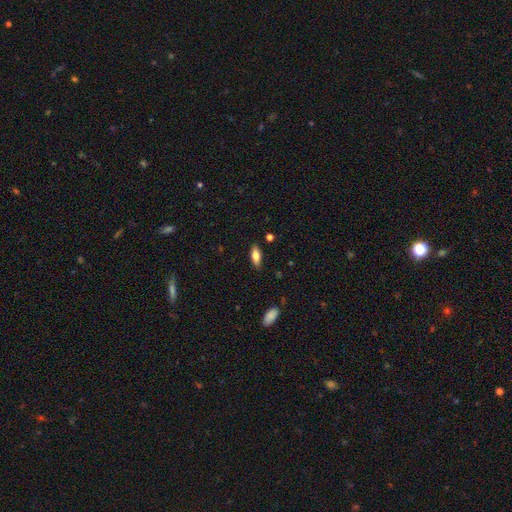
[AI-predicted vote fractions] smooth_or_featured: smooth (p=0.68) [alt: featured or disk p=0.25]
how_rounded: in between (p=0.74) [alt: cigar-shaped p=0.24]
merging: none (p=0.87) [alt: minor disturbance p=0.10]